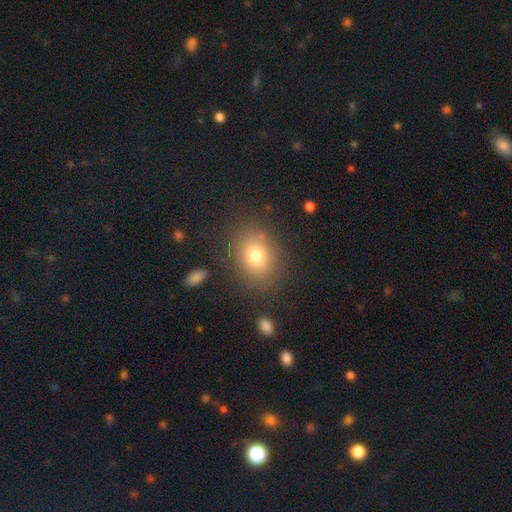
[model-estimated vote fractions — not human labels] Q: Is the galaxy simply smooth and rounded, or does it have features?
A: smooth — 76%.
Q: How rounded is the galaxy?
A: in between — 56%.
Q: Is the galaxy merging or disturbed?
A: none — 83%.